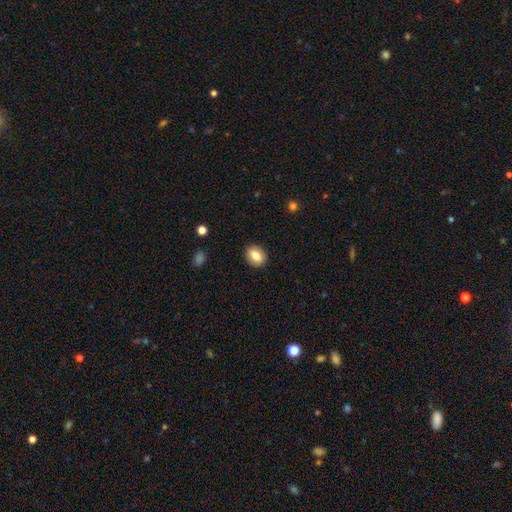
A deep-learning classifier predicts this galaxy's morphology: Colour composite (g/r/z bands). It shows a smooth galaxy with no disk features (82%) that is in between round and cigar-shaped (52%). Merging: none (89%).